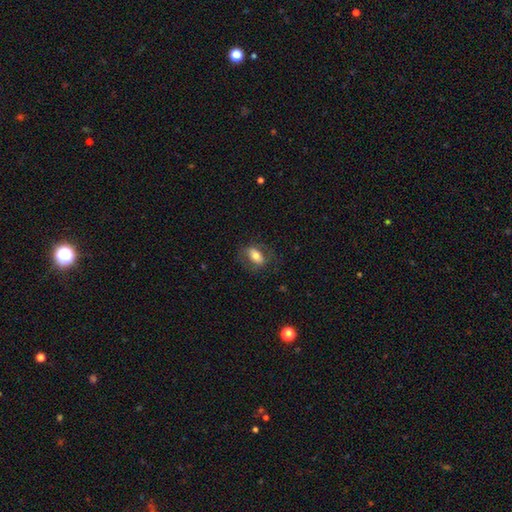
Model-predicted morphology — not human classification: The model was most divided on "smooth or featured": smooth: 67%, featured or disk: 26%, star or artifact: 8%. More confident: how rounded — in between (85%); merging — none (71%).